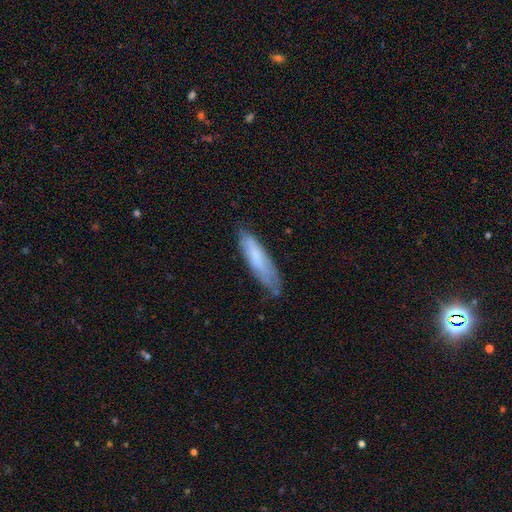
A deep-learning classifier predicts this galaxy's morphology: Overall: smooth (68%). How rounded: cigar-shaped (74%). Merging: none (67%).